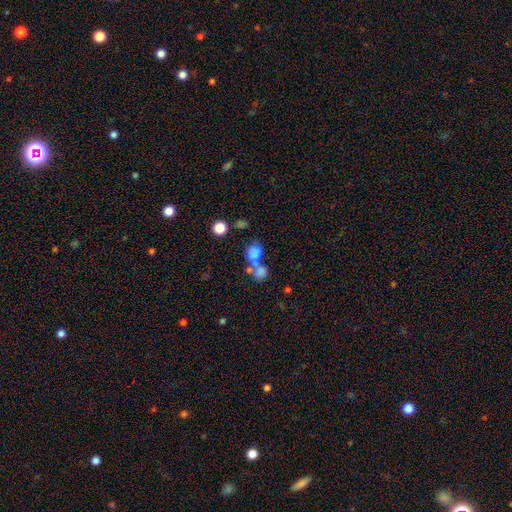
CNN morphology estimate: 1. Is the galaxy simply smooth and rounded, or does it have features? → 71% smooth, 16% featured or disk, 13% star or artifact.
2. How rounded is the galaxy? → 54% round, 44% in between, 2% cigar-shaped.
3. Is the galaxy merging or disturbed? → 59% merger, 24% none, 9% major disturbance, 8% minor disturbance.